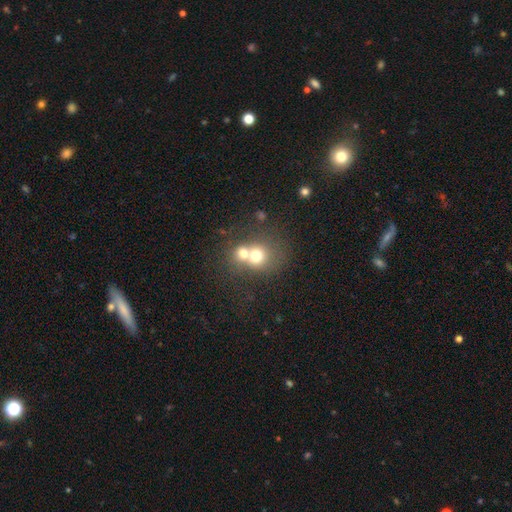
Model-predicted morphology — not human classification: smooth 68%, featured or disk 20%, star or artifact 12%. Down the decision tree: how rounded — round (78%); merging — merger (65%).